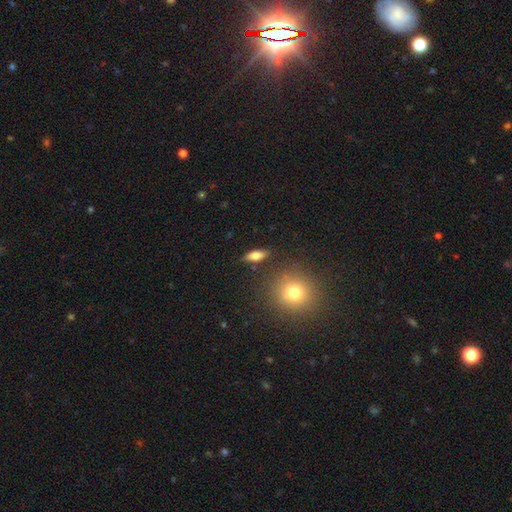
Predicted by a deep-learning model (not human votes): Smooth or featured?
  - smooth: 73% *
  - featured or disk: 18%
  - star or artifact: 9%
How rounded?
  - in between: 67% *
  - cigar-shaped: 27%
  - round: 6%
Merging?
  - none: 84% *
  - minor disturbance: 10%
  - merger: 3%
  - major disturbance: 3%